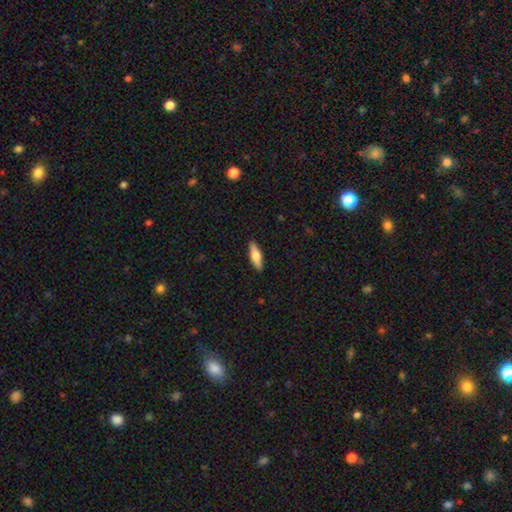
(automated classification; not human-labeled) This is possibly a smooth galaxy (59%). How rounded: possibly cigar-shaped (55%). Merging: clearly none (90%).